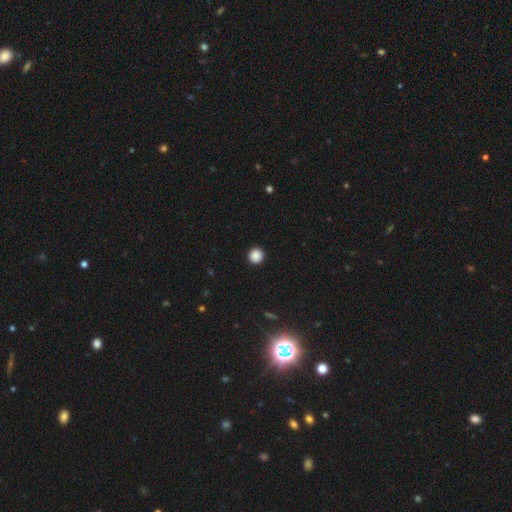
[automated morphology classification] smooth_or_featured: smooth (p=0.88) [alt: star or artifact p=0.10]
how_rounded: round (p=0.96) [alt: in between p=0.03]
merging: none (p=0.93) [alt: minor disturbance p=0.04]